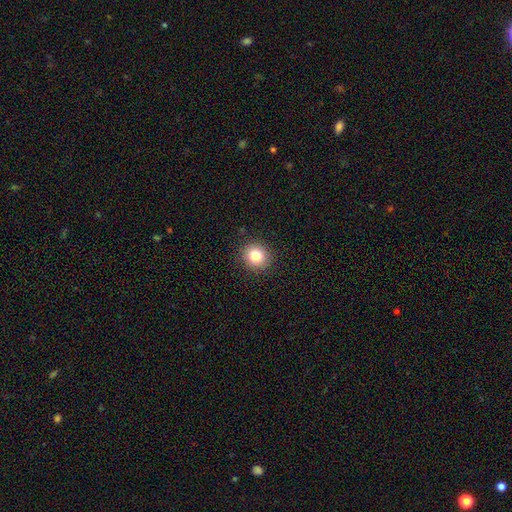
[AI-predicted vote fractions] smooth-or-featured: smooth: 82% | star or artifact: 11% | featured or disk: 8%
  how-rounded: round: 88% | in between: 12% | cigar-shaped: 1%
  merging: none: 91% | minor disturbance: 6% | major disturbance: 2% | merger: 1%